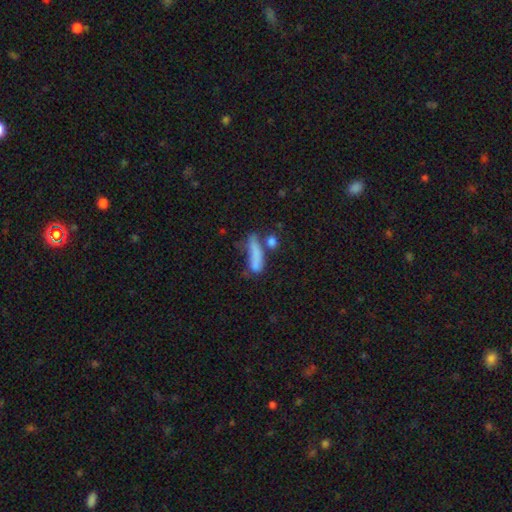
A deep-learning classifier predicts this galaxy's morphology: A smooth galaxy with no disk features (71%) that is cigar-shaped (57%). Merging: none (32%).